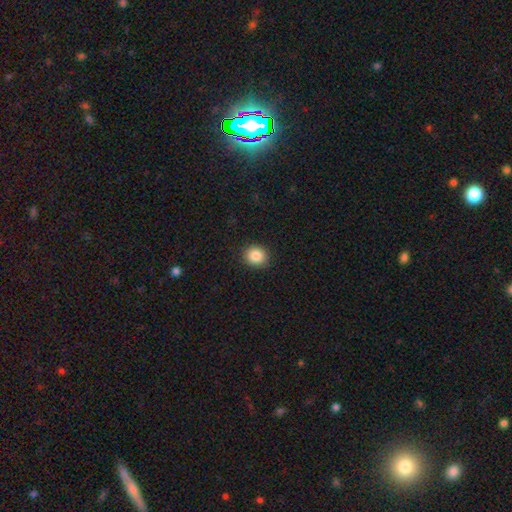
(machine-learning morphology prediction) A smooth galaxy with no disk features (86%) that is round (81%).

Vote fractions:
- Smooth or featured? smooth: 86% / star or artifact: 10% / featured or disk: 5%
- How rounded? round: 81% / in between: 19% / cigar-shaped: 1%
- Merging? none: 90% / minor disturbance: 7% / major disturbance: 2% / merger: 1%